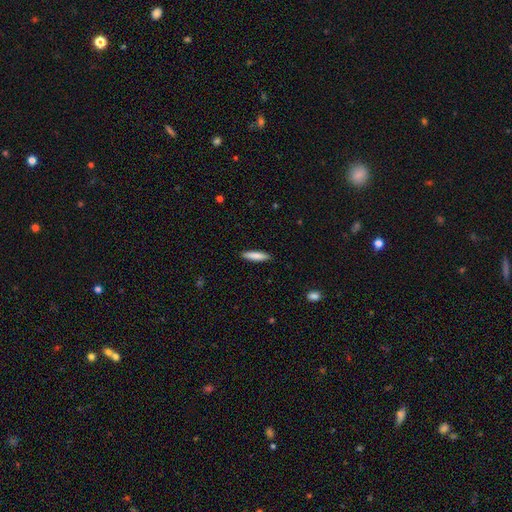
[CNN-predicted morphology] Smooth or featured: smooth — 85% (featured or disk — 10%)
How rounded: cigar-shaped — 78% (in between — 21%)
Merging: none — 90% (minor disturbance — 7%)